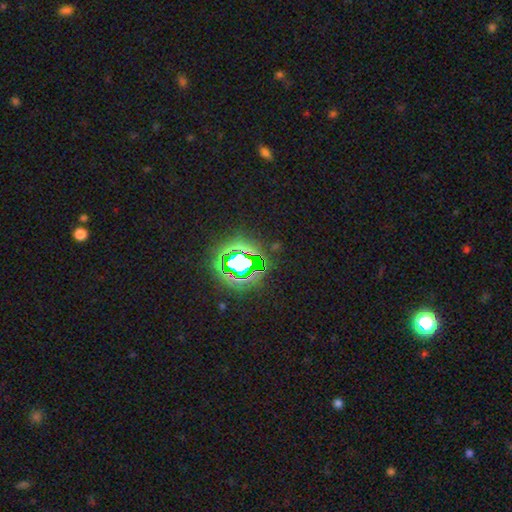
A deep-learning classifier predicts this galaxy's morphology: type=star or artifact (82%).